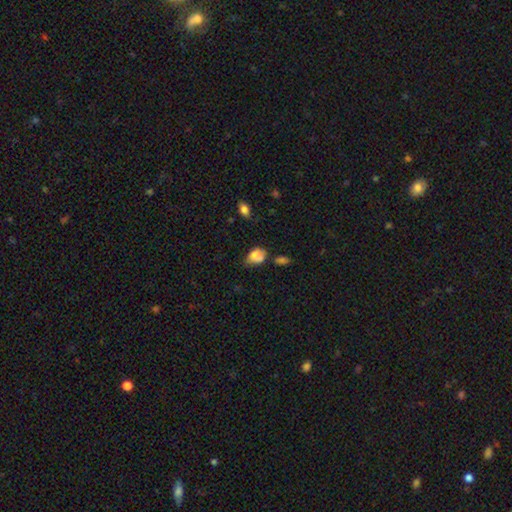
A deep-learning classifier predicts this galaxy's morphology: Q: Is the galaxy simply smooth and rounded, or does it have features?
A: smooth — 72%.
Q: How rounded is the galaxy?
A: in between — 75%.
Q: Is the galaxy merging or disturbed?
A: none — 30%.